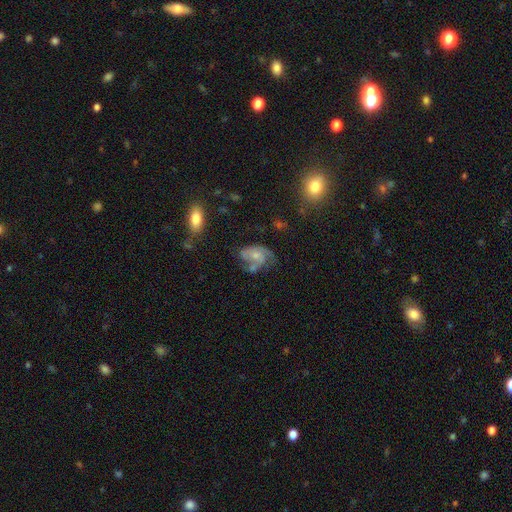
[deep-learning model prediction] The model was most divided on "bulge size": small: 45%, moderate: 41%, none: 9%, large: 4%, dominant: 1%. Remaining: edge-on disk — no (97%); spiral arms — yes (76%); bar — no (75%); smooth or featured — featured or disk (61%); merging — none (33%).